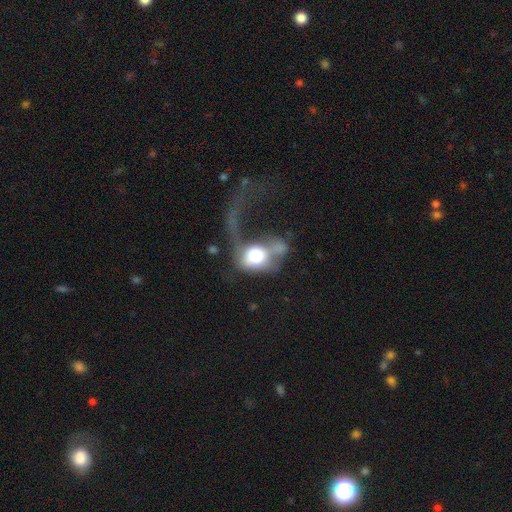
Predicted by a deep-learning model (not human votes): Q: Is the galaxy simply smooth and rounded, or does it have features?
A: smooth — 58%.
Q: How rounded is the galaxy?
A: in between — 61%.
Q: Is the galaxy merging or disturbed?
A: major disturbance — 61%.